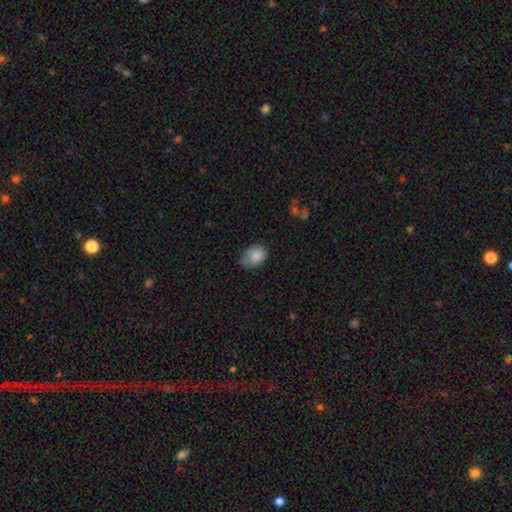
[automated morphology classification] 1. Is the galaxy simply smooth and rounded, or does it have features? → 85% smooth, 8% star or artifact, 7% featured or disk.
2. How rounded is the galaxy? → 71% in between, 28% round, 1% cigar-shaped.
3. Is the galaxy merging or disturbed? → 60% none, 32% minor disturbance, 7% major disturbance, 2% merger.